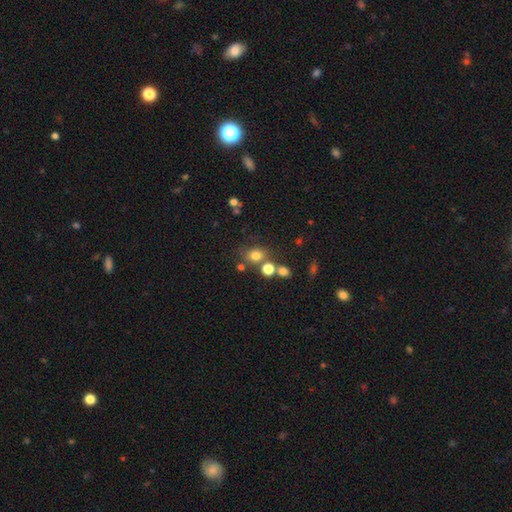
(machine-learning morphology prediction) The model was most divided on "how rounded": round: 64%, in between: 35%, cigar-shaped: 1%. More confident: smooth or featured — smooth (74%); merging — none (62%).